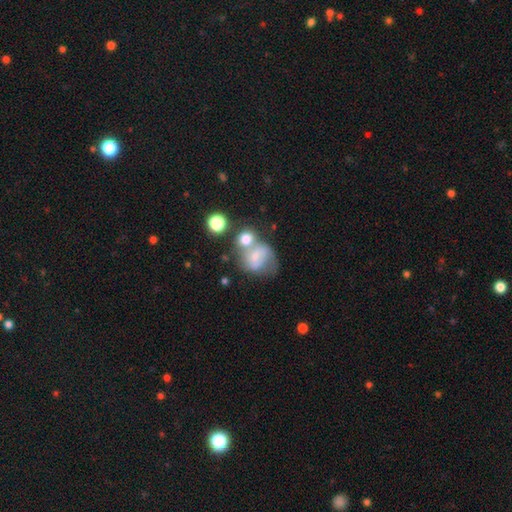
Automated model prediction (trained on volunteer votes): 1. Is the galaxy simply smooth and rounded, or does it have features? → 52% smooth, 37% featured or disk, 11% star or artifact.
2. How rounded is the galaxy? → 61% round, 38% in between, 1% cigar-shaped.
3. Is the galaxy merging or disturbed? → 45% merger, 26% none, 15% minor disturbance, 14% major disturbance.